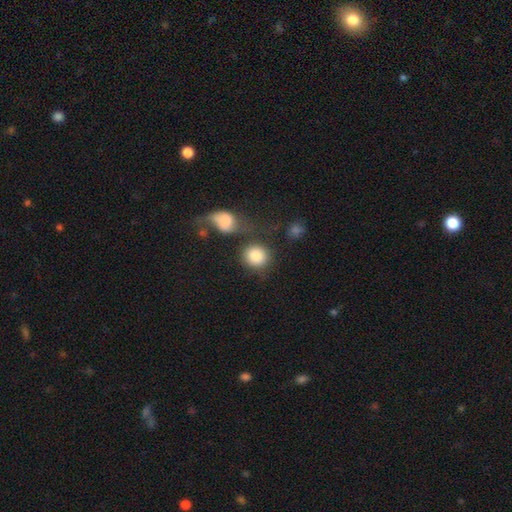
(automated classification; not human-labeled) Smooth or featured? smooth (85%)
How rounded? round (86%)
Merging? none (56%)